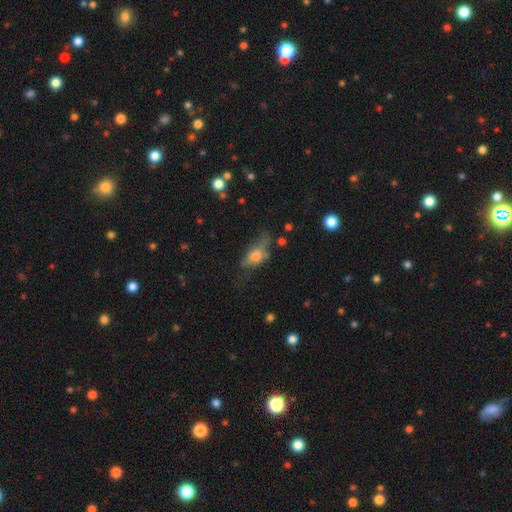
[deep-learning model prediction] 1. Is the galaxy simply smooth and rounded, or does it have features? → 55% smooth, 34% featured or disk, 11% star or artifact.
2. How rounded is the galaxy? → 73% in between, 17% cigar-shaped, 9% round.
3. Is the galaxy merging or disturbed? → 36% none, 30% minor disturbance, 29% major disturbance, 5% merger.